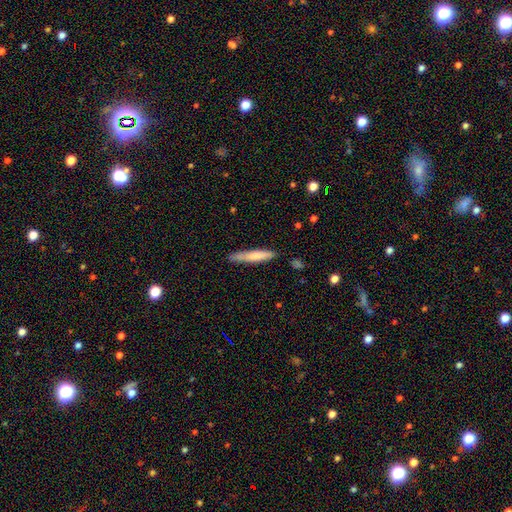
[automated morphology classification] Smooth or featured? smooth (74%)
How rounded? cigar-shaped (91%)
Merging? none (80%)